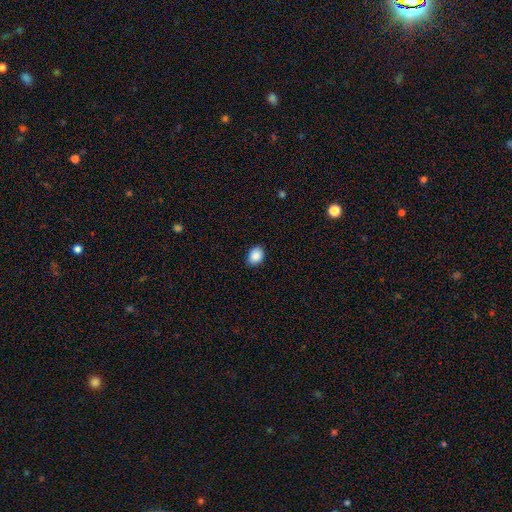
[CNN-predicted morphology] Smooth or featured? Predicted: smooth (p=0.89). How rounded? Predicted: in between (p=0.58). Merging? Predicted: none (p=0.84).